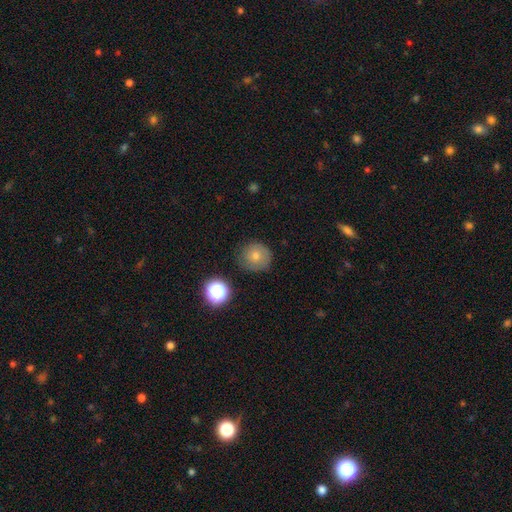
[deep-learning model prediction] Q: Smooth or featured?
A: smooth (65%); runner-up: featured or disk (20%)
Q: How rounded?
A: round (92%); runner-up: in between (7%)
Q: Merging?
A: none (84%); runner-up: minor disturbance (11%)